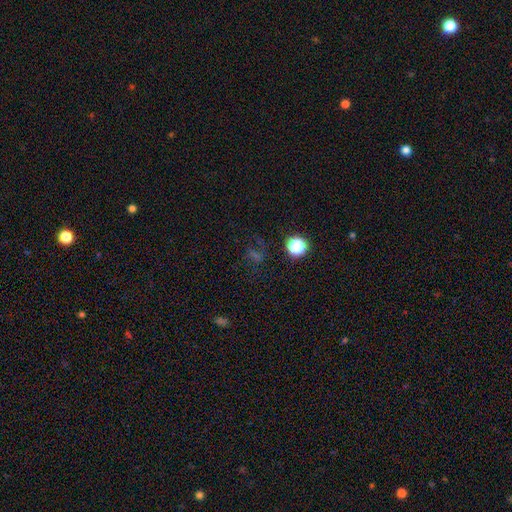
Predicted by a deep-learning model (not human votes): A star or artifact, not a galaxy (50%).